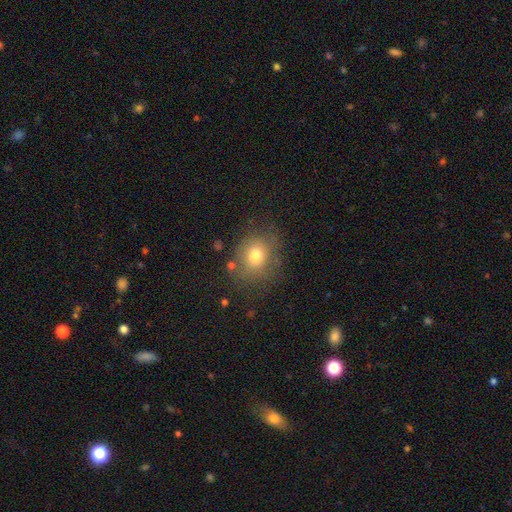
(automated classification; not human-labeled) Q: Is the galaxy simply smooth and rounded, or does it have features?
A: smooth — 74%.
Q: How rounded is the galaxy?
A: round — 64%.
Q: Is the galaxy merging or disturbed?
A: none — 74%.